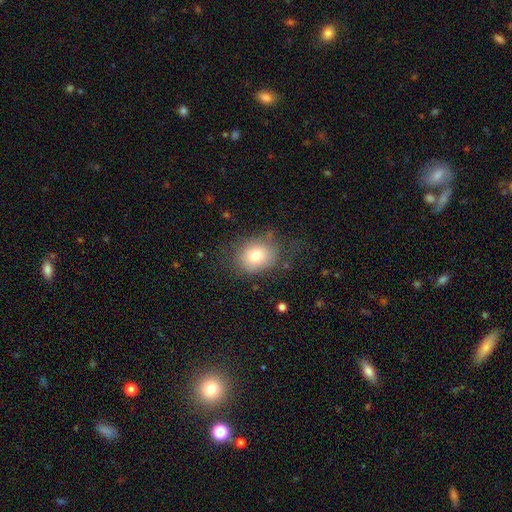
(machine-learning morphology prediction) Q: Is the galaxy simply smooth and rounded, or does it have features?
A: smooth — 75%.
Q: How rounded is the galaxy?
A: round — 64%.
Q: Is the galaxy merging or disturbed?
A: none — 68%.